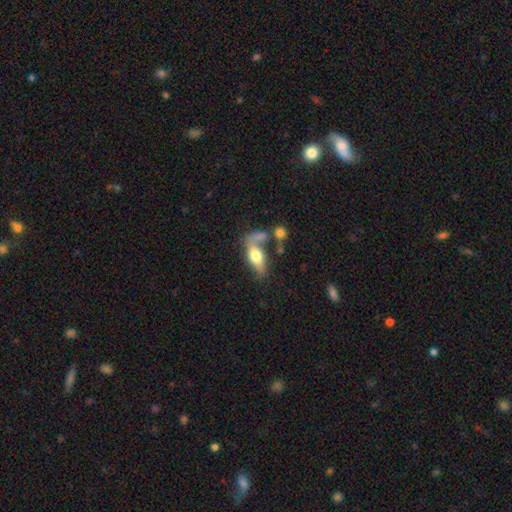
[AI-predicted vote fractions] smooth_or_featured: smooth (p=0.59) [alt: featured or disk p=0.34]
how_rounded: in between (p=0.78) [alt: cigar-shaped p=0.16]
merging: merger (p=0.35) [alt: none p=0.33]